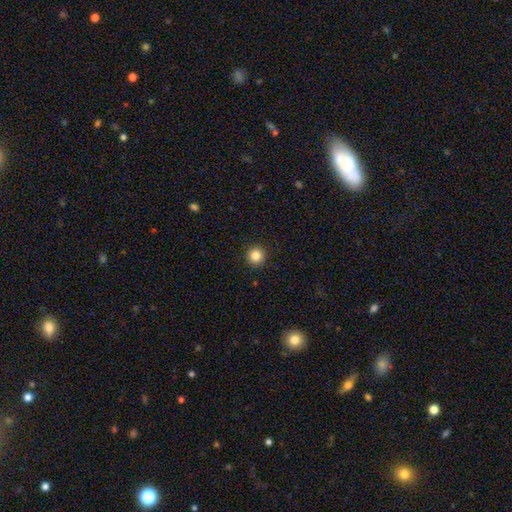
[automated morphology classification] A smooth galaxy with no disk features (85%) that is round (96%).

Vote fractions:
- Smooth or featured? smooth: 85% / star or artifact: 11% / featured or disk: 4%
- How rounded? round: 96% / in between: 3% / cigar-shaped: 1%
- Merging? none: 93% / minor disturbance: 5% / major disturbance: 2% / merger: 1%